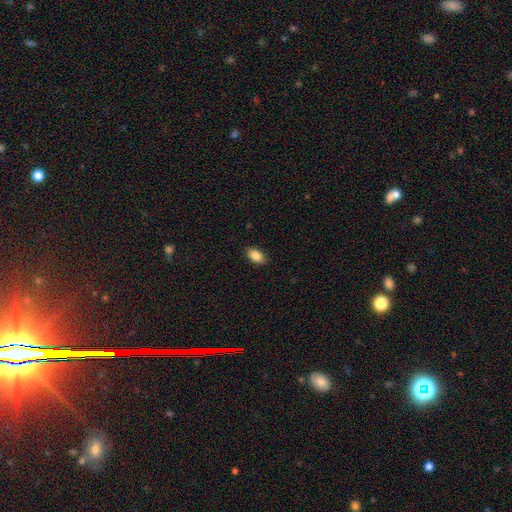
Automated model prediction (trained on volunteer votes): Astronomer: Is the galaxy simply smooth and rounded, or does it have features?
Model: smooth — 87%.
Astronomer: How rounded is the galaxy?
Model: in between — 92%.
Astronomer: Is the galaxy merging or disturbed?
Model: none — 88%.